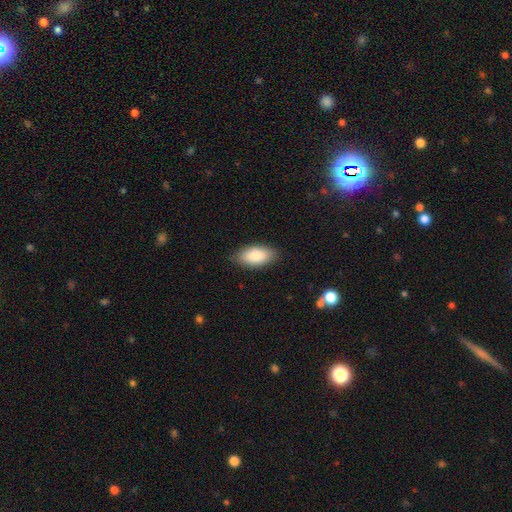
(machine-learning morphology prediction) Smooth or featured: smooth — 87% (featured or disk — 7%)
How rounded: in between — 93% (cigar-shaped — 5%)
Merging: none — 85% (minor disturbance — 12%)